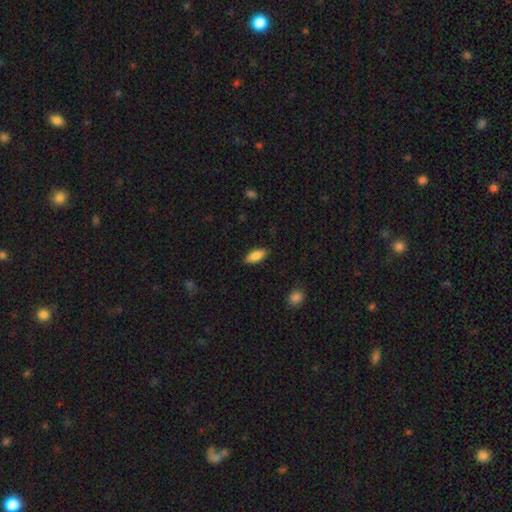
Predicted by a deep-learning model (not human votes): The model was most divided on "how rounded": in between: 77%, cigar-shaped: 20%, round: 2%. More confident: merging — none (86%); smooth or featured — smooth (83%).